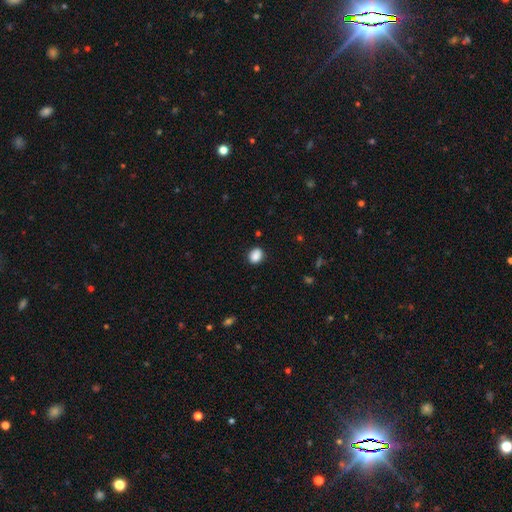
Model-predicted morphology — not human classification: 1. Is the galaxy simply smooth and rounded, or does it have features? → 88% smooth, 9% star or artifact, 3% featured or disk.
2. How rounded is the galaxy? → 52% in between, 47% round, 1% cigar-shaped.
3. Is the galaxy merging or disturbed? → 86% none, 11% minor disturbance, 2% major disturbance, 1% merger.